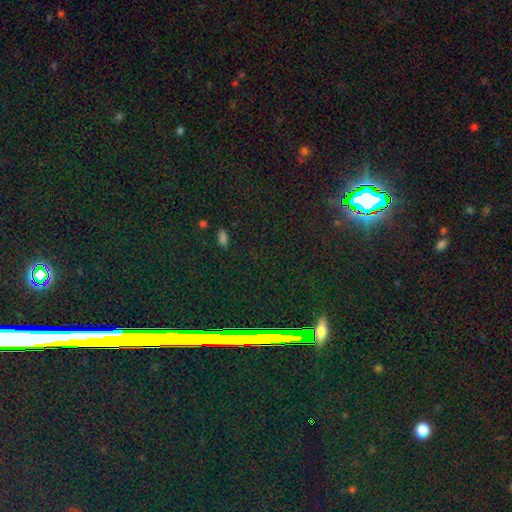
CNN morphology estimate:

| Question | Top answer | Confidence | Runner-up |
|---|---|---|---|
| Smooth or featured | star or artifact | 79% | smooth (11%) |